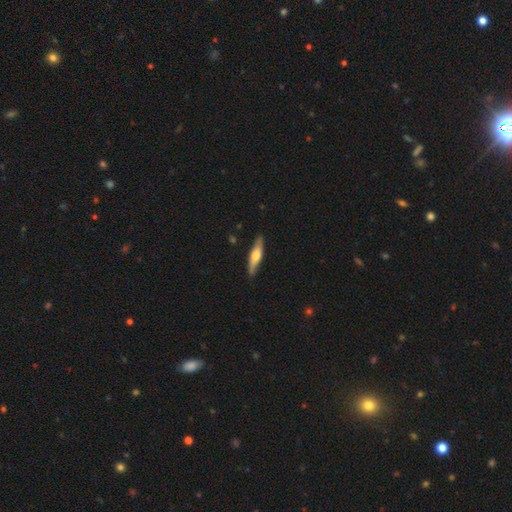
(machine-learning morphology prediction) smooth_or_featured: smooth (p=0.50) [alt: featured or disk p=0.45]
merging: none (p=0.85) [alt: minor disturbance p=0.12]